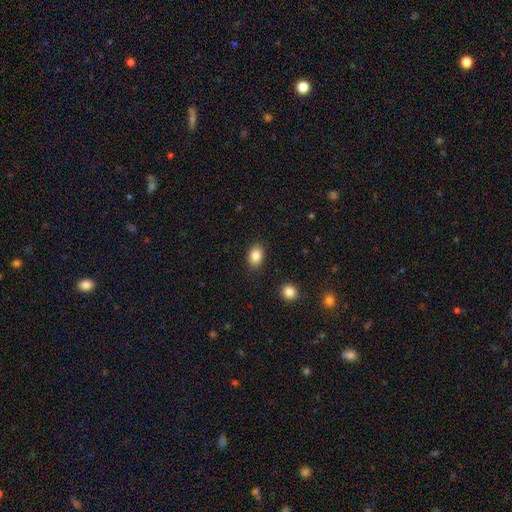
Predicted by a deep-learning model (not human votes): Morphology: type=smooth (86%); roundness=in between (78%); merging=none (87%).